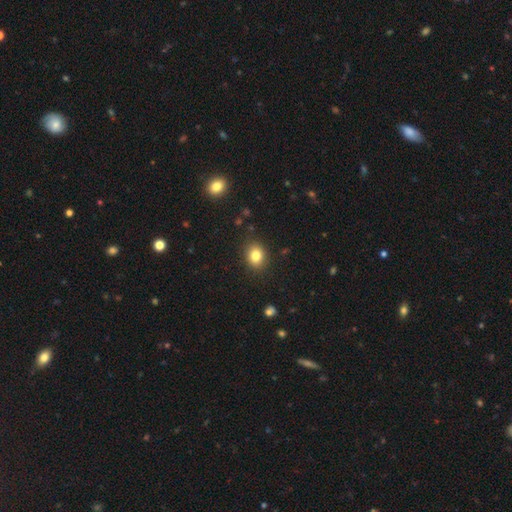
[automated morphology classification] smooth_or_featured: smooth (p=0.83) [alt: star or artifact p=0.11]
how_rounded: round (p=0.52) [alt: in between p=0.47]
merging: none (p=0.88) [alt: minor disturbance p=0.08]